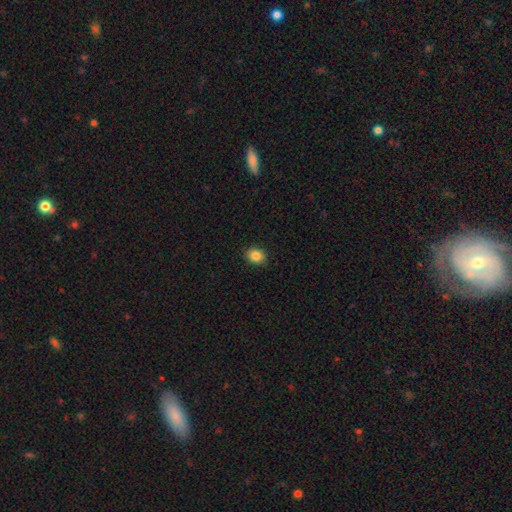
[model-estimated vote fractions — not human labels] Smooth or featured?
  - smooth: 86% *
  - star or artifact: 10%
  - featured or disk: 5%
How rounded?
  - in between: 52% *
  - round: 47%
  - cigar-shaped: 1%
Merging?
  - none: 91% *
  - minor disturbance: 7%
  - major disturbance: 2%
  - merger: 1%